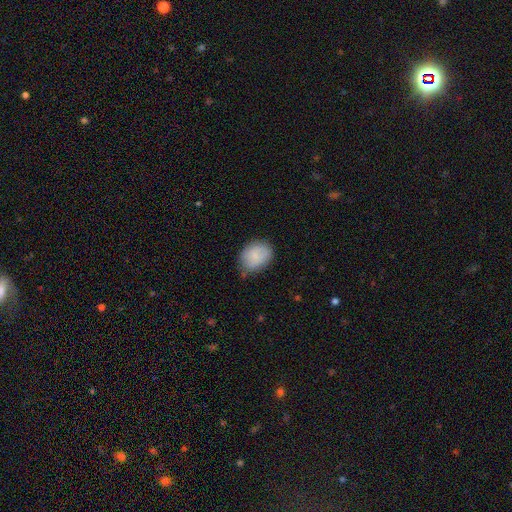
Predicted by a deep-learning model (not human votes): This appears to be a smooth galaxy with no disk features (80%) that is in between round and cigar-shaped (67%). Merging: none (71%).